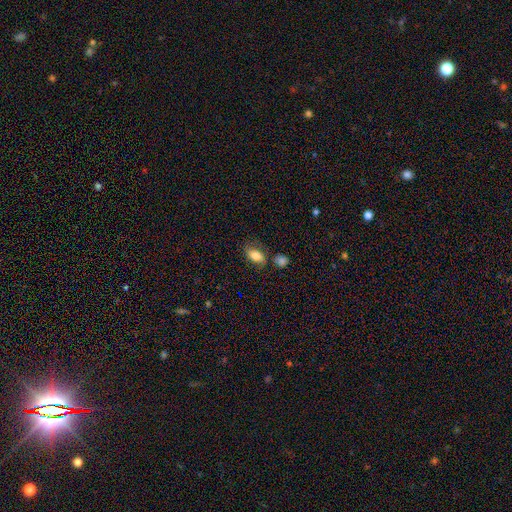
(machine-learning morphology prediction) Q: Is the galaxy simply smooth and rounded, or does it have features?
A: smooth — 78%.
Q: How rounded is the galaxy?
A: in between — 89%.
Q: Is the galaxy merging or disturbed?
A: none — 62%.